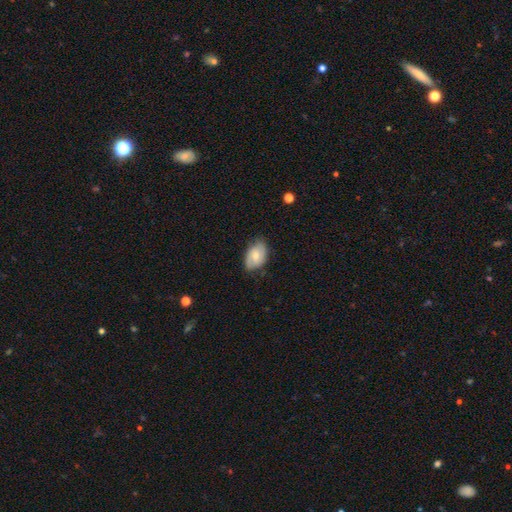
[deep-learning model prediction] This is likely a smooth galaxy (66%). How rounded: clearly in between (88%). Merging: likely none (70%).